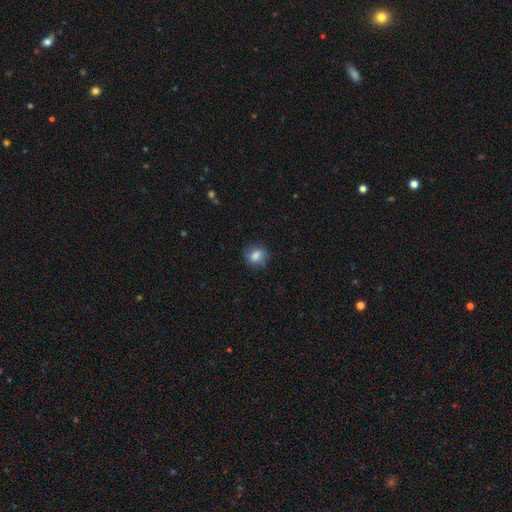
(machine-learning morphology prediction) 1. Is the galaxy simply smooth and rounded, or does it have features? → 80% smooth, 10% featured or disk, 9% star or artifact.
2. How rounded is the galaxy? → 64% round, 35% in between, 1% cigar-shaped.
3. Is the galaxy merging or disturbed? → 79% none, 16% minor disturbance, 4% major disturbance, 1% merger.